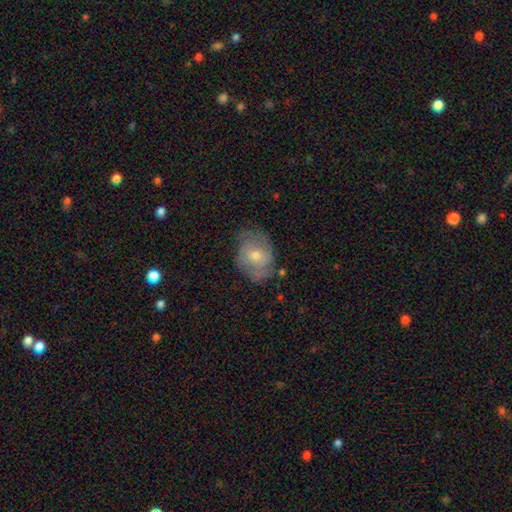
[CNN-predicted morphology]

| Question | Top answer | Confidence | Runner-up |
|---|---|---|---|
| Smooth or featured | featured or disk | 46% | smooth (45%) |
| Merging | none | 60% | minor disturbance (27%) |